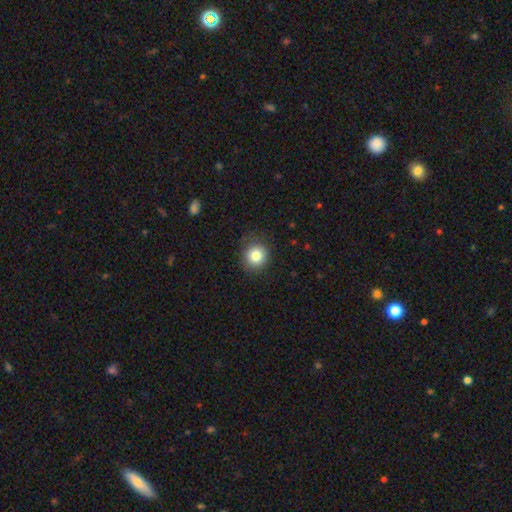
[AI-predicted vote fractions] smooth 82%, star or artifact 11%, featured or disk 7%. Down the decision tree: how rounded — round (91%); merging — none (87%).